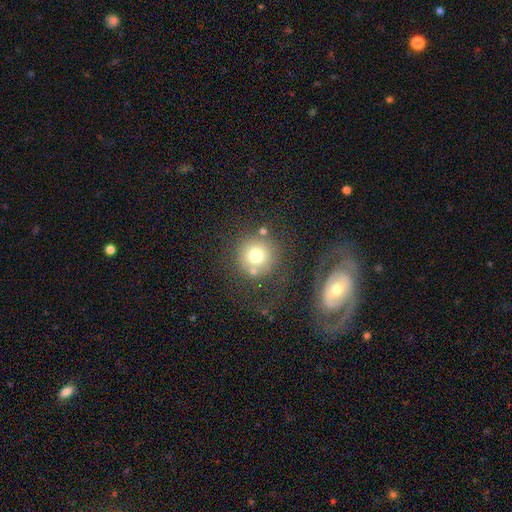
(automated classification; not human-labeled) A smooth galaxy with no disk features (72%) that is round (94%). Merging: none (70%).